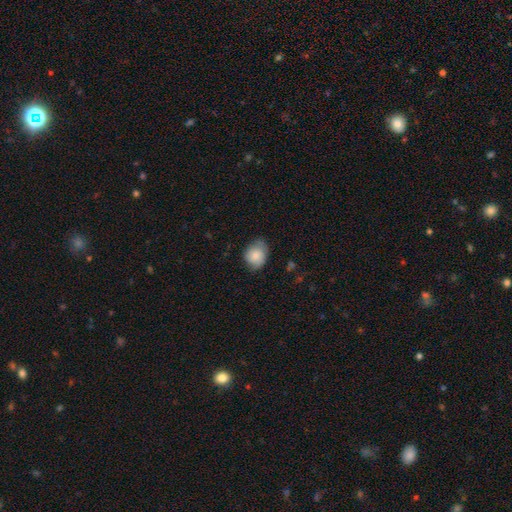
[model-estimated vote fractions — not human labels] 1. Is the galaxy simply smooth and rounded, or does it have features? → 79% smooth, 14% featured or disk, 7% star or artifact.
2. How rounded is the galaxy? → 53% in between, 46% round, 1% cigar-shaped.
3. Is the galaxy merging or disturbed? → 61% none, 31% minor disturbance, 7% major disturbance, 1% merger.